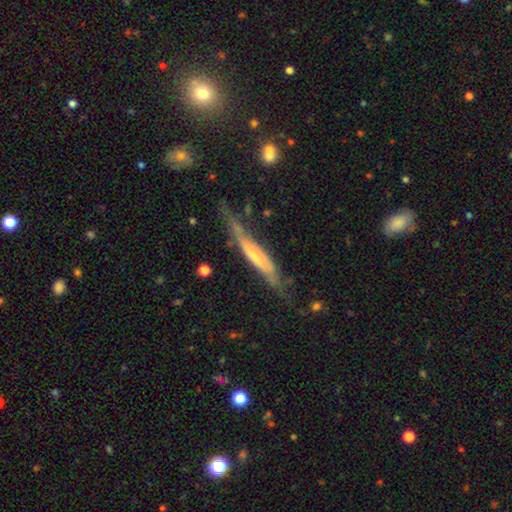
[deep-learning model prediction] Q: Smooth or featured?
A: featured or disk (63%); runner-up: smooth (31%)
Q: Edge-on disk?
A: yes (76%); runner-up: no (24%)
Q: Merging?
A: none (49%); runner-up: minor disturbance (29%)